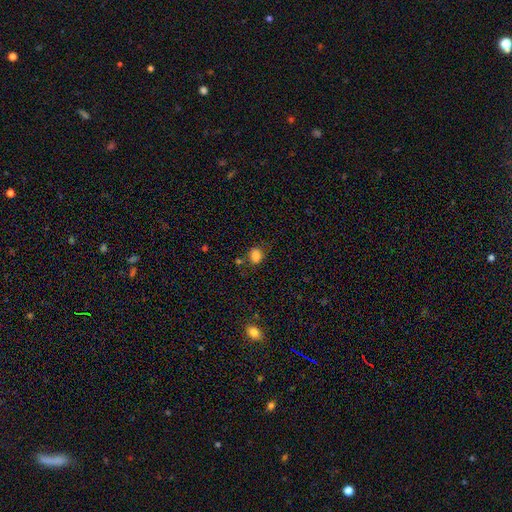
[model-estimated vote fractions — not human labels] Overall: smooth (81%). How rounded: round (50%; in between 49%). Merging: none (64%).